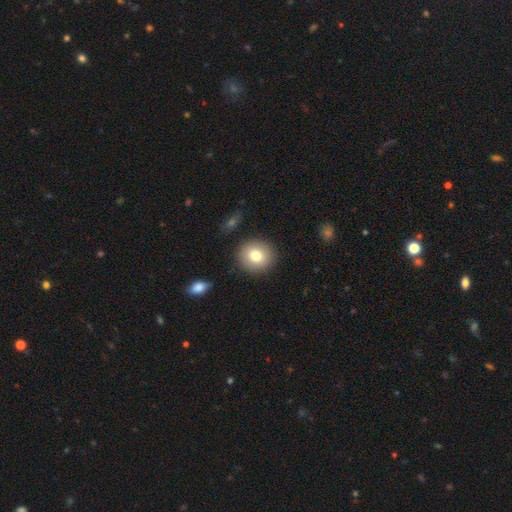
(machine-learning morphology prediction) Smooth or featured? smooth (79%)
How rounded? round (88%)
Merging? none (89%)